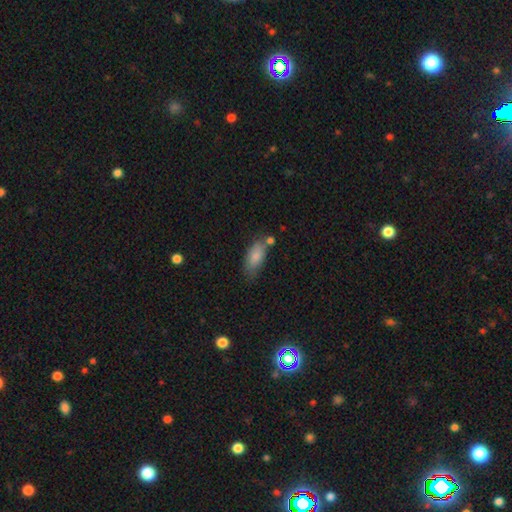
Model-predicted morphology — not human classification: A smooth galaxy with no disk features (83%) that is in between round and cigar-shaped (84%). Merging: none (57%).